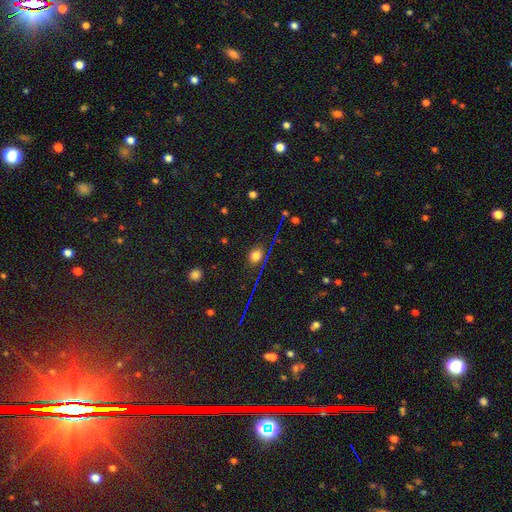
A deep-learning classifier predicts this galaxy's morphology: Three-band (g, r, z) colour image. It shows a smooth galaxy with no disk features (69%) that is round (54%). Merging: none (82%).